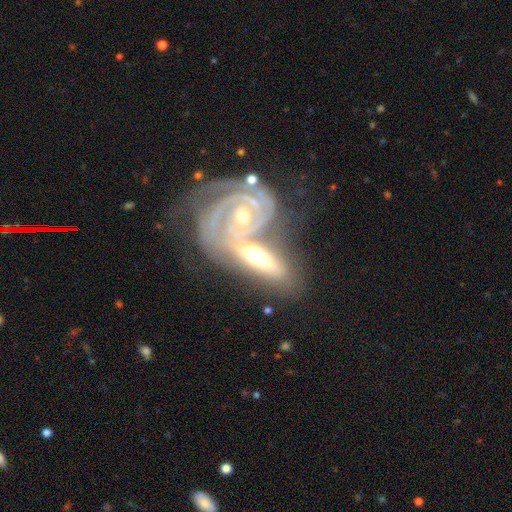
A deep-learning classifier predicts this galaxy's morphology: featured or disk 85%, smooth 9%, star or artifact 5%. Down the decision tree: edge-on disk — no (91%); bar — no (62%); spiral arms — yes (95%); spiral arm count — 2 (44%); spiral winding — tight (77%); bulge size — moderate (53%); merging — merger (53%).